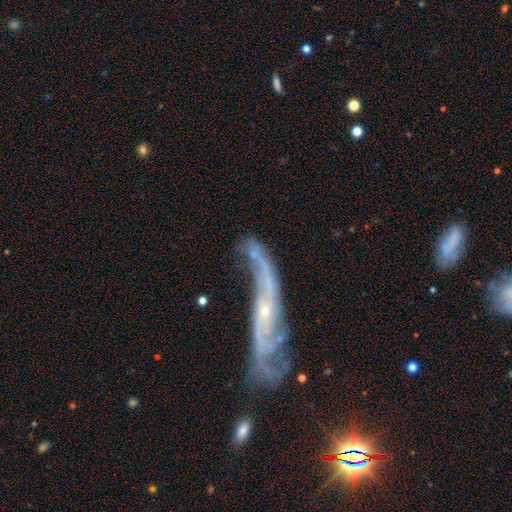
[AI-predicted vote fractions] A featured or disk galaxy (81%) with no bar (65%), 2 (80%) loose (81%) spiral arms (83%) and a small central bulge (80%).

Vote fractions:
- Smooth or featured? featured or disk: 81% / smooth: 12% / star or artifact: 7%
- Edge-on disk? no: 84% / yes: 16%
- Bar? no: 65% / weak: 23% / strong: 12%
- Spiral arms? yes: 83% / no: 17%
- Spiral winding? loose: 81% / medium: 13% / tight: 6%
- Spiral arm count? 2: 80% / can't tell: 7% / 1: 6% / 3: 3% / 4: 2% / more than 4: 2%
- Bulge size? small: 80% / moderate: 13% / none: 4% / large: 1% / dominant: 1%
- Merging? none: 40% / major disturbance: 25% / minor disturbance: 22% / merger: 13%